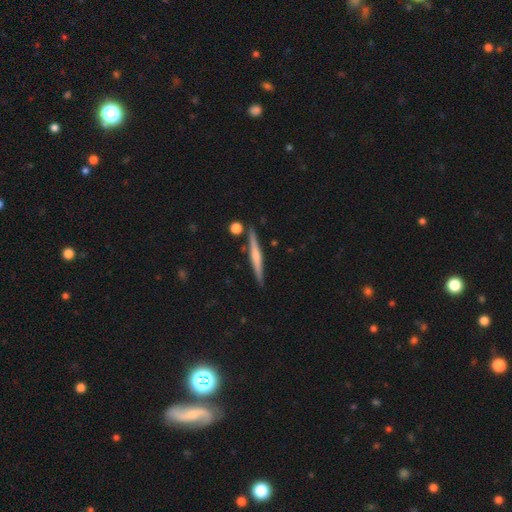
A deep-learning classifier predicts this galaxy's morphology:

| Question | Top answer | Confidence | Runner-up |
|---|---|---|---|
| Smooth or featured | featured or disk | 57% | smooth (37%) |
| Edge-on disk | yes | 97% | no (3%) |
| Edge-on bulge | rounded | 57% | none (30%) |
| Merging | none | 85% | minor disturbance (8%) |